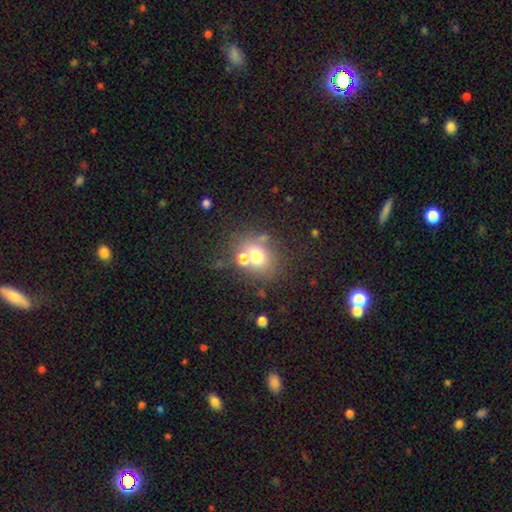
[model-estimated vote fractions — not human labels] Smooth or featured? Predicted: smooth (p=0.66). How rounded? Predicted: round (p=0.63). Merging? Predicted: none (p=0.51).